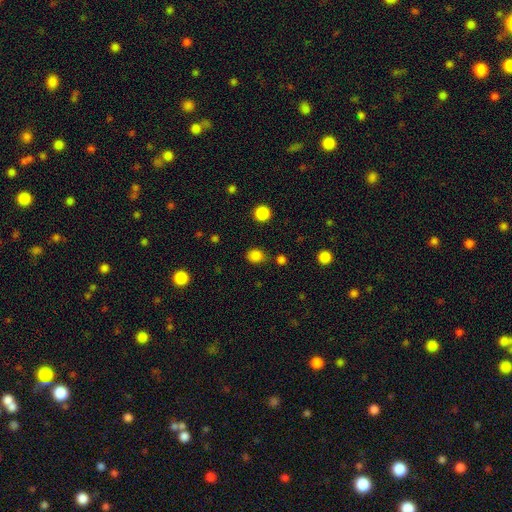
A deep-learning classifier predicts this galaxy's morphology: smooth 83%, star or artifact 13%, featured or disk 4%. Down the decision tree: how rounded — round (61%); merging — none (76%).